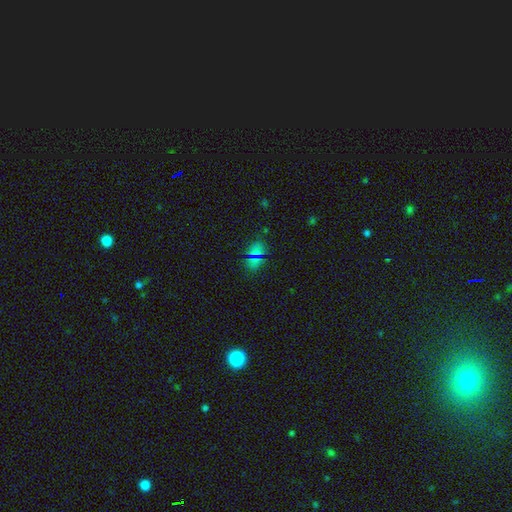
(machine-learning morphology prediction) This is likely a smooth galaxy (64%). How rounded: possibly in between (59%). Merging: clearly none (82%).